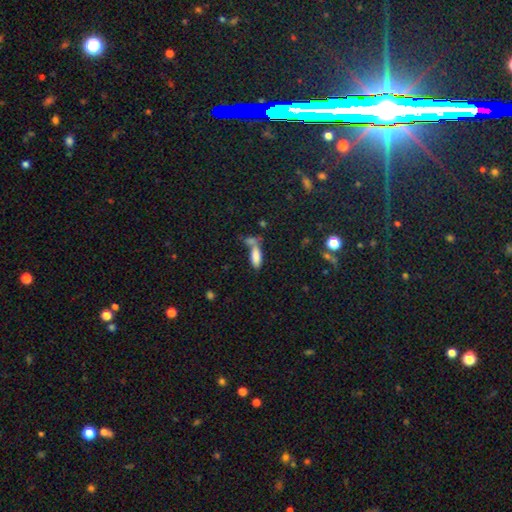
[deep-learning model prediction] A smooth galaxy with no disk features (82%) that is in between round and cigar-shaped (66%).

Vote fractions:
- Smooth or featured? smooth: 82% / star or artifact: 9% / featured or disk: 9%
- How rounded? in between: 66% / cigar-shaped: 32% / round: 2%
- Merging? none: 41% / merger: 39% / minor disturbance: 14% / major disturbance: 6%